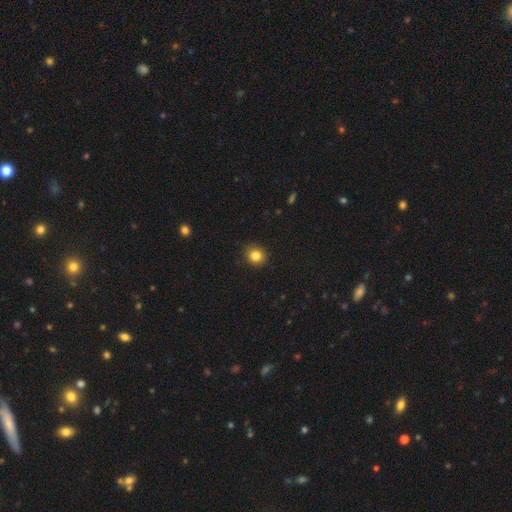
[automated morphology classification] type=smooth (84%); roundness=round (83%); merging=none (89%).